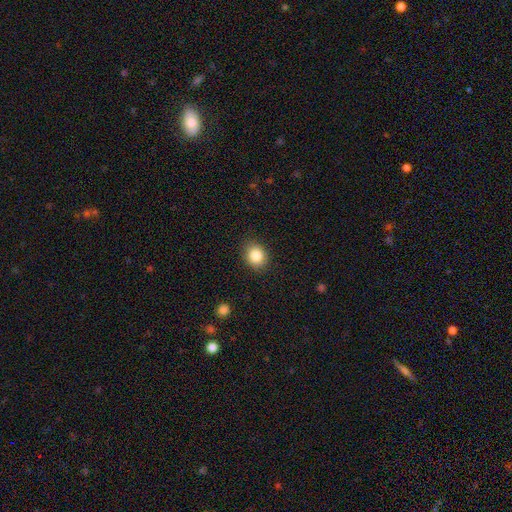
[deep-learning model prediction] Q: Smooth or featured?
A: smooth (86%); runner-up: star or artifact (9%)
Q: How rounded?
A: round (57%); runner-up: in between (42%)
Q: Merging?
A: none (87%); runner-up: minor disturbance (10%)